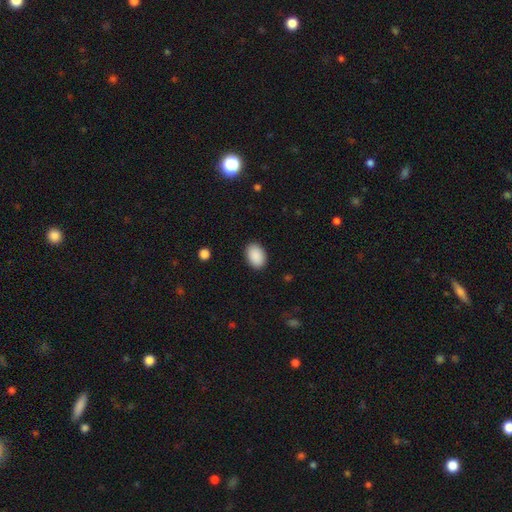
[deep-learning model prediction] Overall: smooth (91%). How rounded: in between (87%). Merging: none (89%).